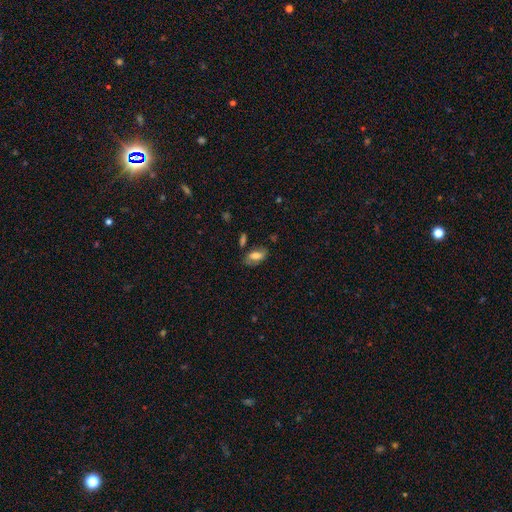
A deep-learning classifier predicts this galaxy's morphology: smooth_or_featured: smooth (p=0.67) [alt: featured or disk p=0.25]
how_rounded: in between (p=0.89) [alt: cigar-shaped p=0.07]
merging: none (p=0.66) [alt: minor disturbance p=0.22]